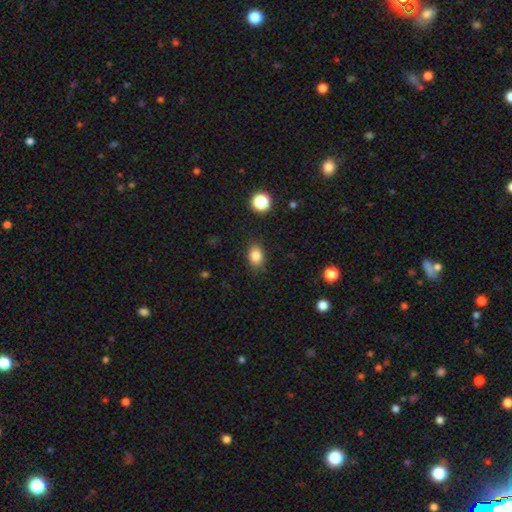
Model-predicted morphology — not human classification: Overall: smooth (83%). How rounded: in between (77%). Merging: none (86%).